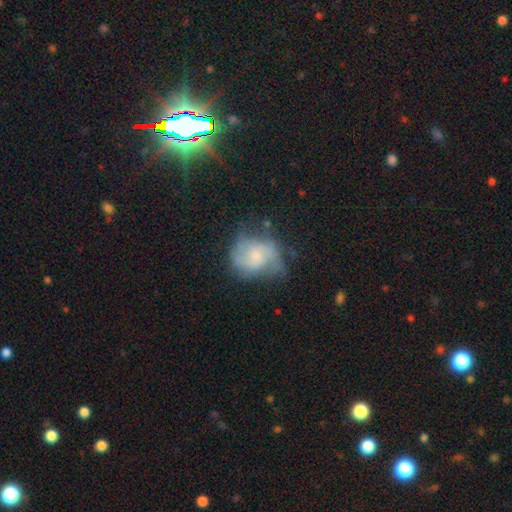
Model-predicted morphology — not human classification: Smooth or featured? Predicted: featured or disk (p=0.56). Edge-on disk? Predicted: no (p=0.97). Bar? Predicted: no (p=0.68). Spiral arms? Predicted: yes (p=0.80). Bulge size? Predicted: small (p=0.48). Merging? Predicted: none (p=0.49).